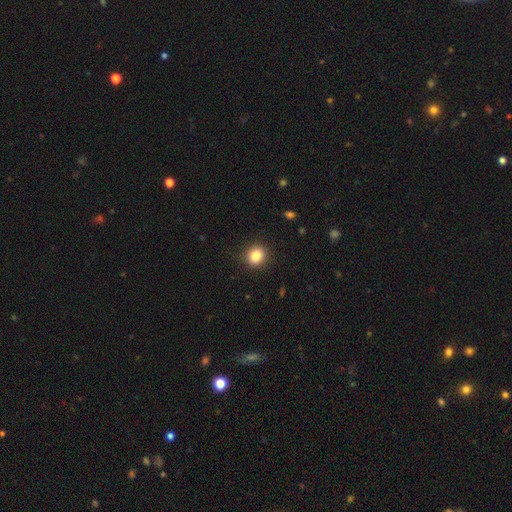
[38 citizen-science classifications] Morphology: type=smooth (87%); roundness=round (76%); merging=none (76%).